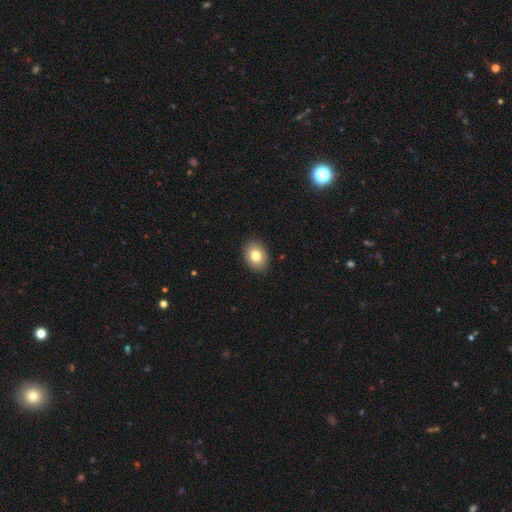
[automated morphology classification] A smooth galaxy with no disk features (80%) that is in between round and cigar-shaped (63%). Merging: none (90%).